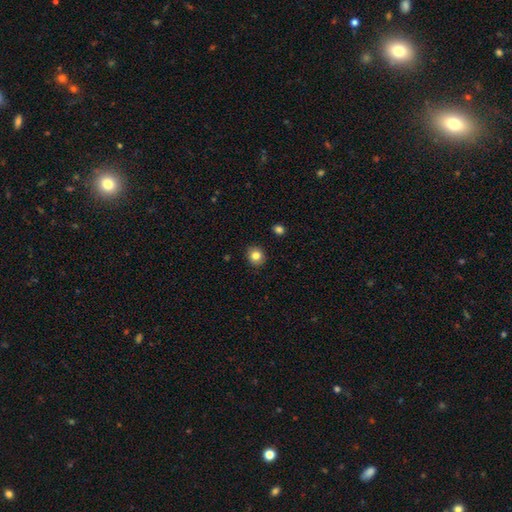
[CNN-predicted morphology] Smooth or featured? smooth (83%)
How rounded? round (83%)
Merging? none (90%)